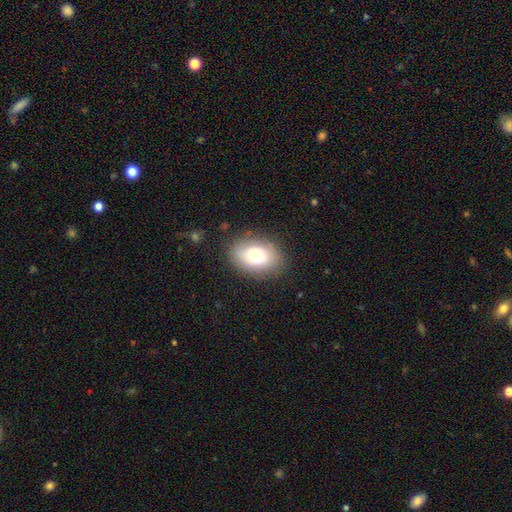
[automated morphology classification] Overall: smooth (77%). How rounded: in between (83%). Merging: none (83%).